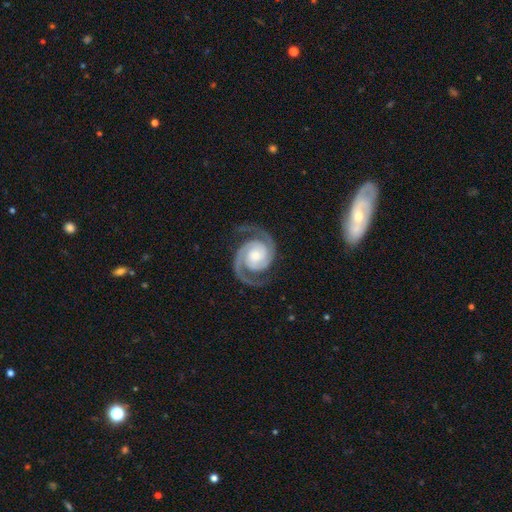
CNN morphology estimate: This is clearly a featured or disk galaxy (94%). It is clearly not viewed edge-on (98%). Bar: likely no (69%). Spiral arm pattern: clearly yes (99%). Spiral arm count: clearly 2 (94%). Spiral winding: possibly tight (50%). Central bulge: possibly moderate (47%). Merging: clearly none (81%).